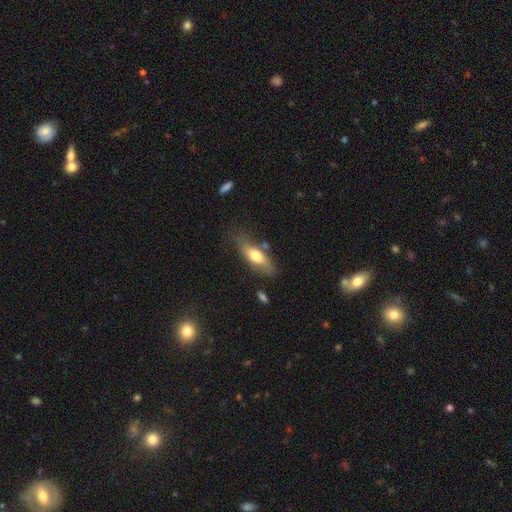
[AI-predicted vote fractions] Overall: smooth (65%; featured or disk 29%). How rounded: in between (66%; cigar-shaped 31%). Merging: none (67%).